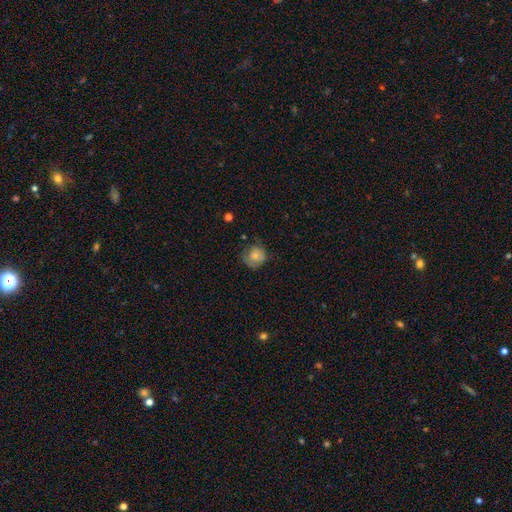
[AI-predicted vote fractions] This is likely a smooth galaxy (72%). How rounded: clearly round (83%). Merging: possibly none (59%).